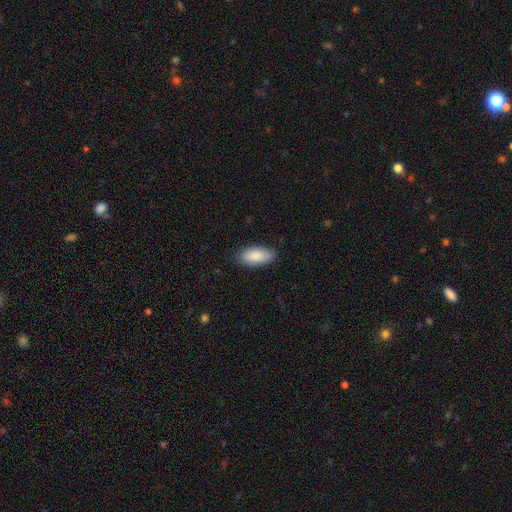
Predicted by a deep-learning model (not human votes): smooth_or_featured: smooth (p=0.89) [alt: featured or disk p=0.06]
how_rounded: in between (p=0.90) [alt: cigar-shaped p=0.08]
merging: none (p=0.85) [alt: minor disturbance p=0.12]